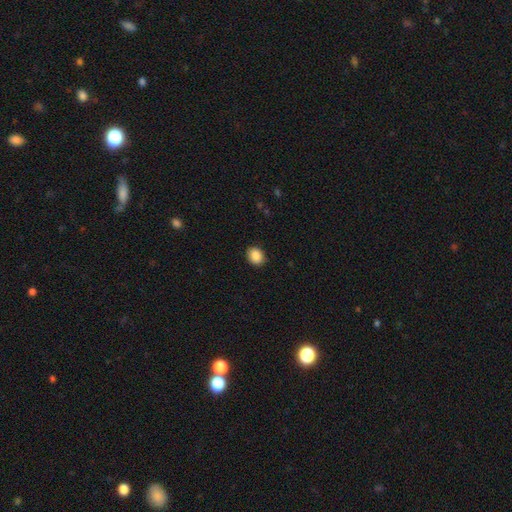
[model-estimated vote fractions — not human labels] This appears to be a smooth galaxy with no disk features (88%) that is round (54%). Merging: none (90%).